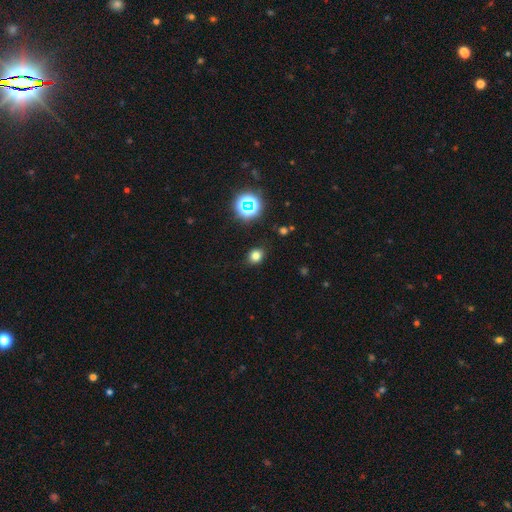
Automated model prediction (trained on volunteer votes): smooth 75%, star or artifact 19%, featured or disk 6%. Down the decision tree: how rounded — round (66%); merging — none (87%).